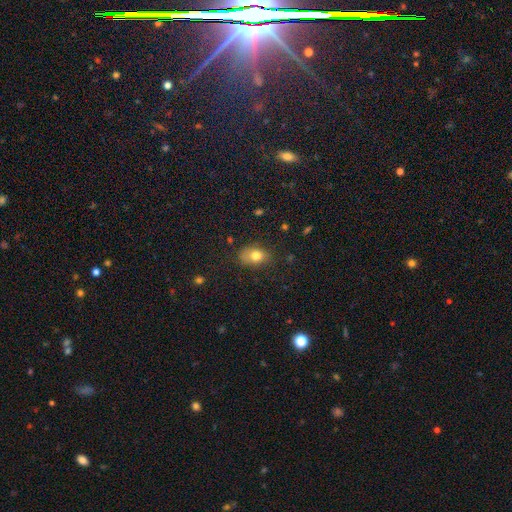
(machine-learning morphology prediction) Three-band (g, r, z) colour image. It shows a smooth galaxy with no disk features (78%) that is in between round and cigar-shaped (75%). Merging: none (69%).